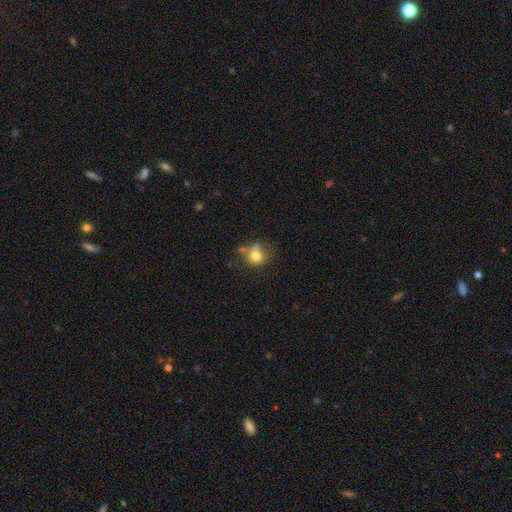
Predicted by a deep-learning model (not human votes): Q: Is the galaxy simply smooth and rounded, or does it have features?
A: smooth — 76%.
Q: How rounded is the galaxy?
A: round — 74%.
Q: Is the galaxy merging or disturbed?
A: none — 46%.